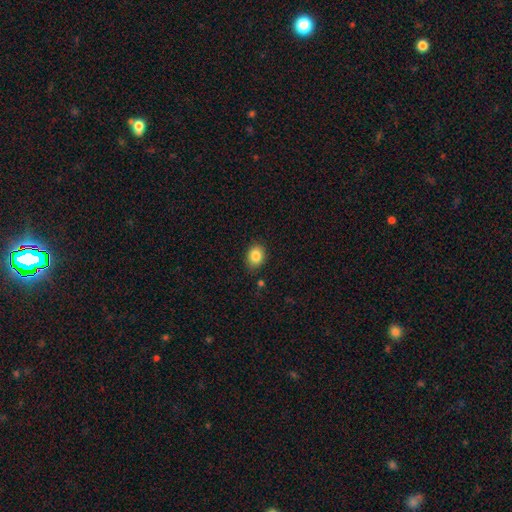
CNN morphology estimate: A smooth galaxy with no disk features (85%) that is in between round and cigar-shaped (53%).

Vote fractions:
- Smooth or featured? smooth: 85% / star or artifact: 9% / featured or disk: 5%
- How rounded? in between: 53% / round: 46% / cigar-shaped: 1%
- Merging? none: 83% / minor disturbance: 13% / major disturbance: 3% / merger: 2%